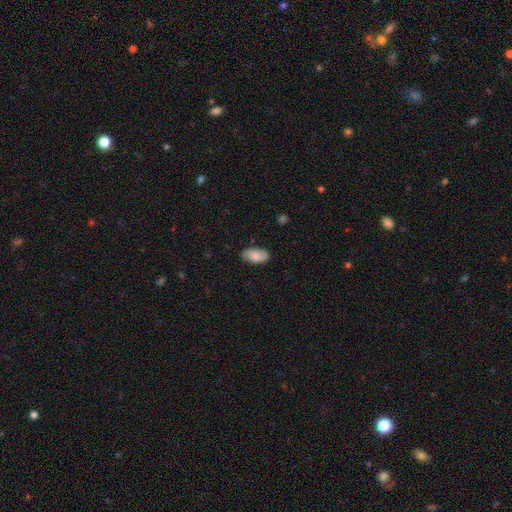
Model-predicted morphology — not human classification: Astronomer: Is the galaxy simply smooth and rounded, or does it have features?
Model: smooth — 78%.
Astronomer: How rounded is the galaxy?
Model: in between — 95%.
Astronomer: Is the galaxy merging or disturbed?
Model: none — 83%.